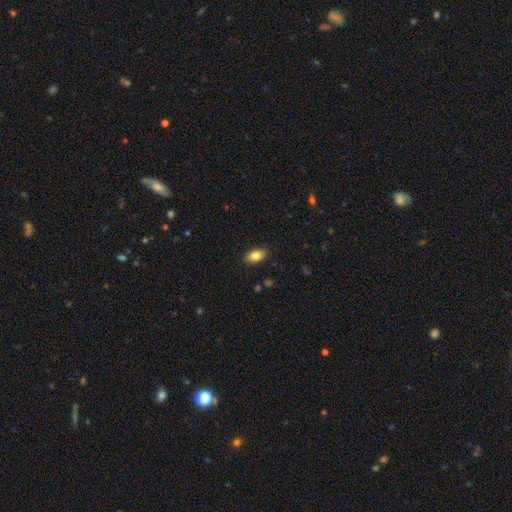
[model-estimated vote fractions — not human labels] Smooth or featured? Predicted: smooth (p=0.83). How rounded? Predicted: in between (p=0.90). Merging? Predicted: none (p=0.87).